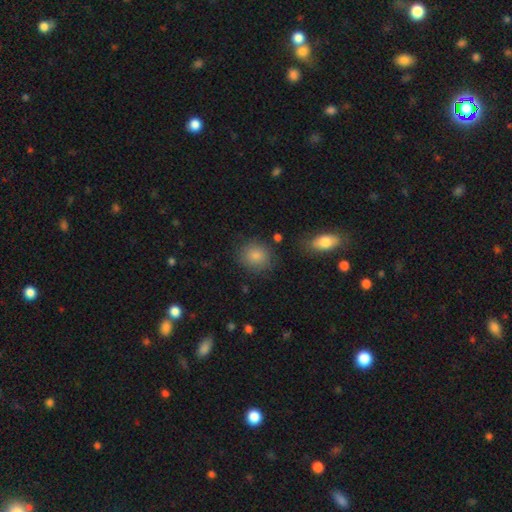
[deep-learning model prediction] The model was most divided on "how rounded": round: 78%, in between: 21%, cigar-shaped: 1%. More confident: smooth or featured — smooth (85%); merging — none (80%).